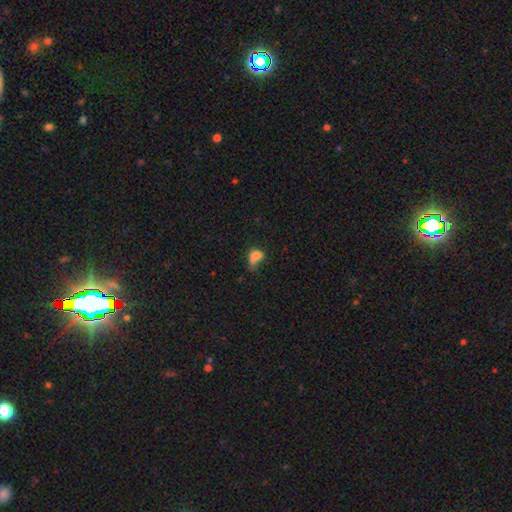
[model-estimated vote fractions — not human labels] Smooth or featured? Predicted: smooth (p=0.71). How rounded? Predicted: in between (p=0.66). Merging? Predicted: major disturbance (p=0.31).